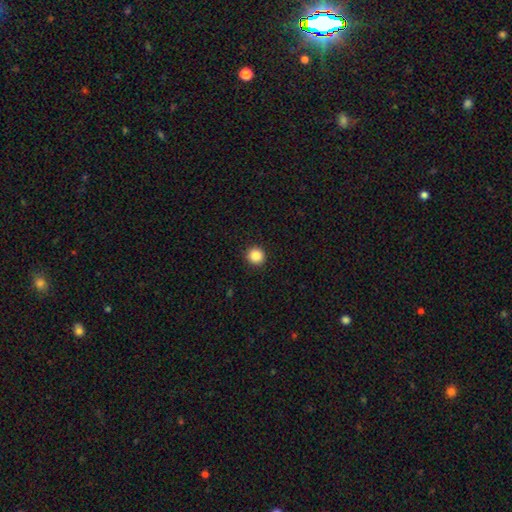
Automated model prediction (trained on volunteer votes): Morphology: type=smooth (88%); roundness=round (92%); merging=none (92%).